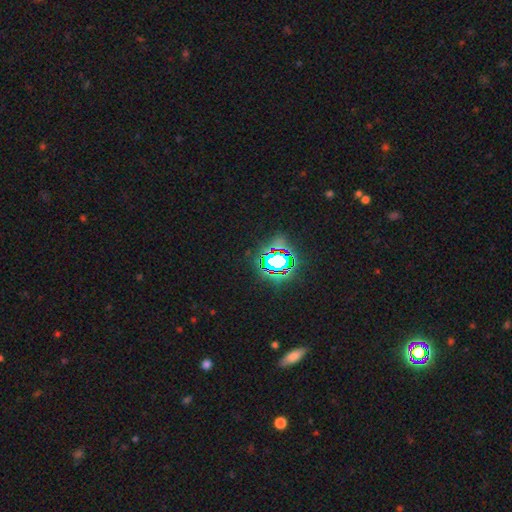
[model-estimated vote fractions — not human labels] Overall: star or artifact (78%).